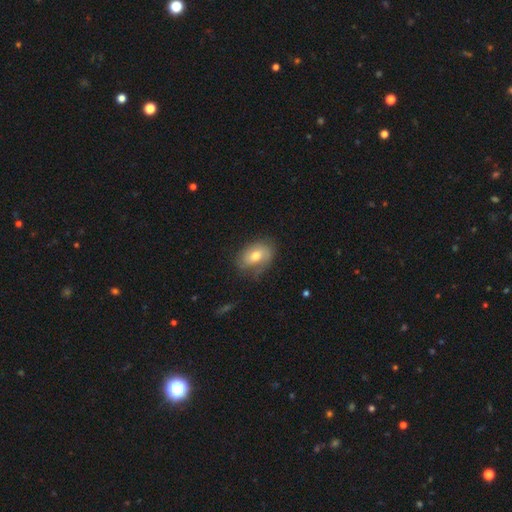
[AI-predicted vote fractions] smooth-or-featured: smooth: 59% | featured or disk: 33% | star or artifact: 8%
  how-rounded: in between: 76% | round: 23% | cigar-shaped: 1%
  merging: none: 61% | minor disturbance: 27% | major disturbance: 11% | merger: 2%